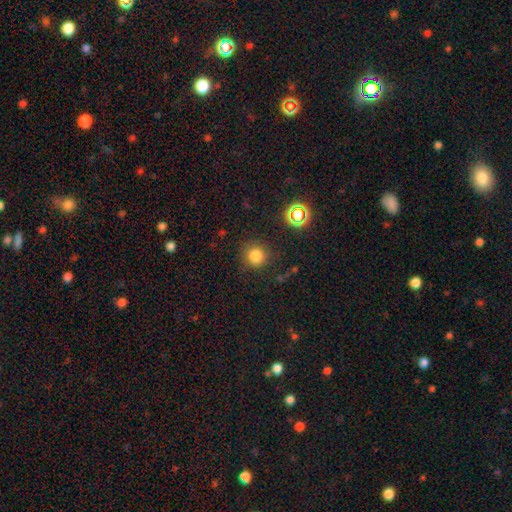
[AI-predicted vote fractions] Smooth or featured? smooth (80%)
How rounded? round (92%)
Merging? none (83%)